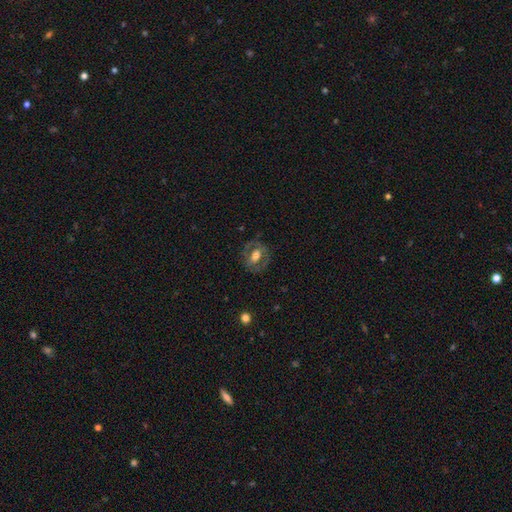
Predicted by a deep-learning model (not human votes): Smooth or featured? Predicted: featured or disk (p=0.55). Edge-on disk? Predicted: no (p=0.93). Bar? Predicted: no (p=0.52). Spiral arms? Predicted: no (p=0.71). Bulge size? Predicted: moderate (p=0.52). Merging? Predicted: none (p=0.74).